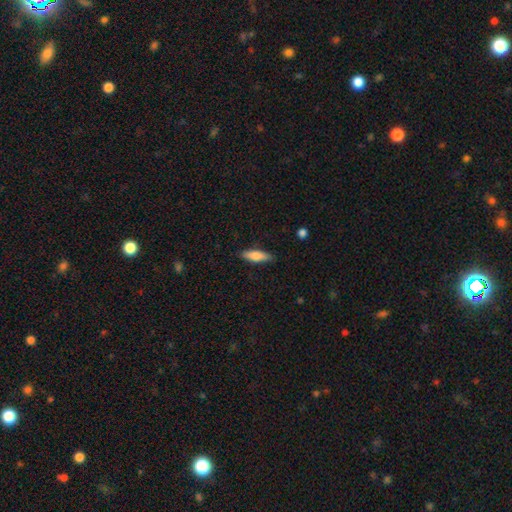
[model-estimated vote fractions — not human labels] A smooth galaxy with no disk features (70%) that is cigar-shaped (58%). Merging: none (87%).